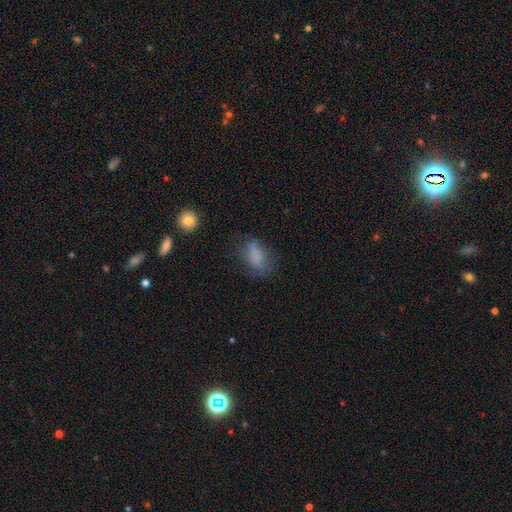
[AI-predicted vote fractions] This is likely a smooth galaxy (73%). How rounded: clearly in between (81%). Merging: possibly none (51%).